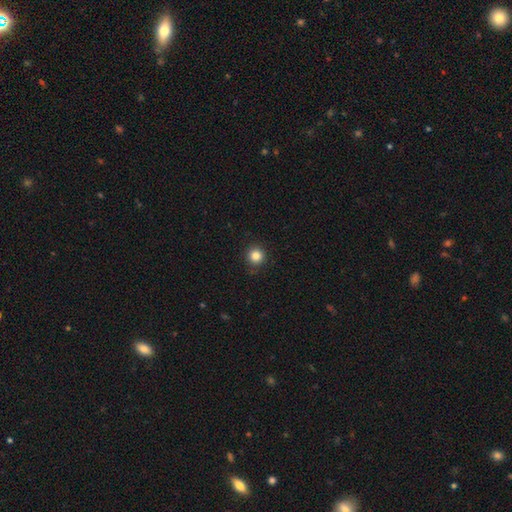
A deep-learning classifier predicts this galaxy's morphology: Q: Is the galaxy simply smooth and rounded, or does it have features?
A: smooth — 84%.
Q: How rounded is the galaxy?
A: round — 94%.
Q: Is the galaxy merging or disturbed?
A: none — 91%.